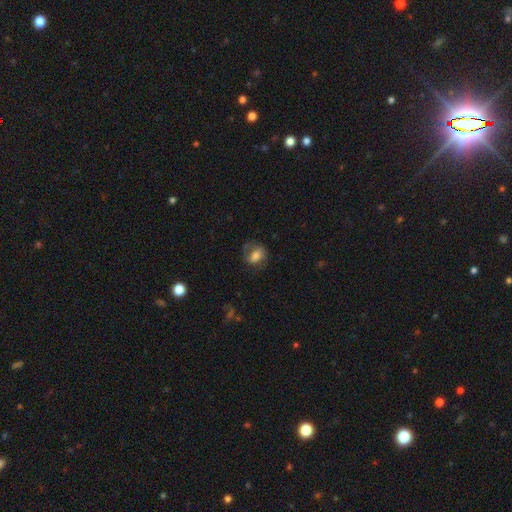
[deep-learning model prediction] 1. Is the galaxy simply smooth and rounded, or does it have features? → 68% smooth, 23% featured or disk, 9% star or artifact.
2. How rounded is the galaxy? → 63% in between, 35% round, 2% cigar-shaped.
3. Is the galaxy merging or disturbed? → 57% none, 24% minor disturbance, 17% major disturbance, 2% merger.